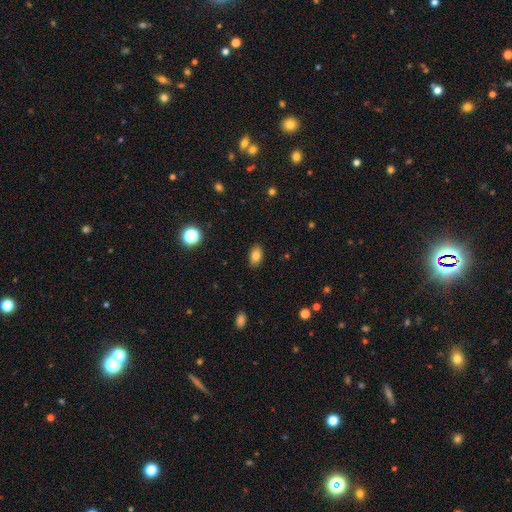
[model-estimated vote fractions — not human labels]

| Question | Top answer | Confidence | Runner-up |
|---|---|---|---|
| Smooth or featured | smooth | 83% | star or artifact (10%) |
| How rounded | in between | 88% | round (10%) |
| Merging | none | 87% | minor disturbance (9%) |